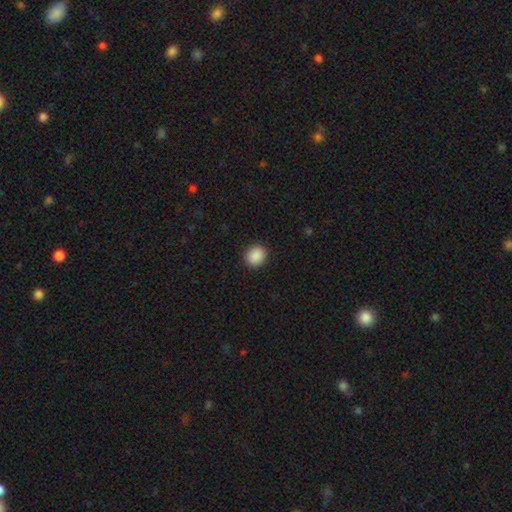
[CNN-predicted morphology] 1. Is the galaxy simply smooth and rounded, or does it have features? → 90% smooth, 8% star or artifact, 3% featured or disk.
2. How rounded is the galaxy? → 72% round, 27% in between, 1% cigar-shaped.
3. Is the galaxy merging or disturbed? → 91% none, 6% minor disturbance, 2% major disturbance, 1% merger.